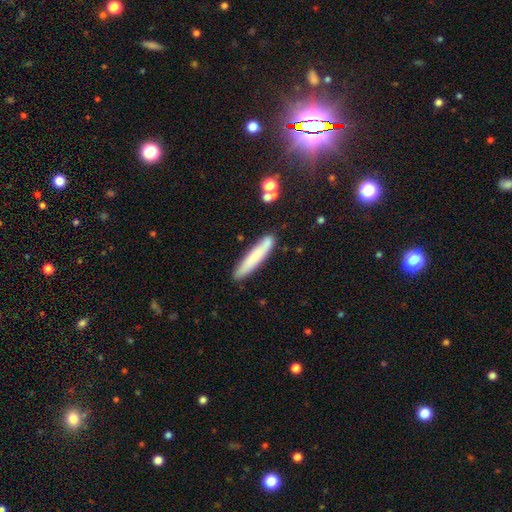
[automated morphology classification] smooth 73%, featured or disk 20%, star or artifact 7%. Down the decision tree: how rounded — cigar-shaped (92%); merging — none (85%).